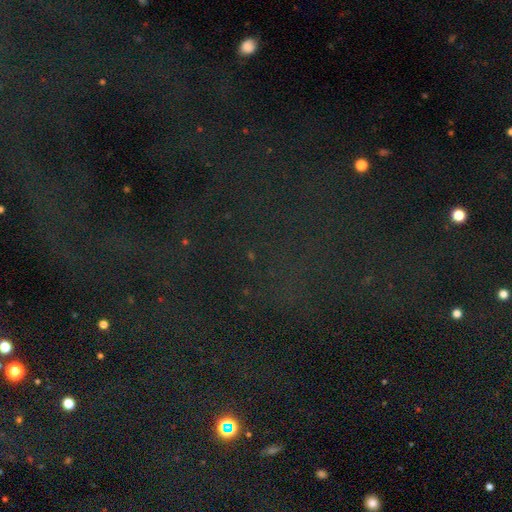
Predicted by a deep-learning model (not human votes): smooth_or_featured: star or artifact (p=0.77) [alt: smooth p=0.12]